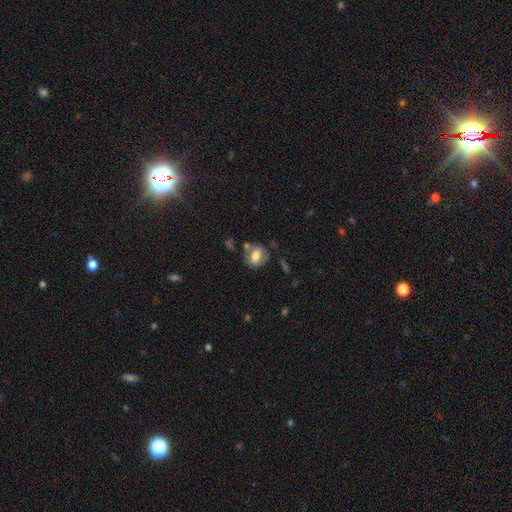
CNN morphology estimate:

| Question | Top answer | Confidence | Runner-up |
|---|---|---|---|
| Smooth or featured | smooth | 67% | featured or disk (25%) |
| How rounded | in between | 54% | round (44%) |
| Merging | none | 64% | minor disturbance (19%) |